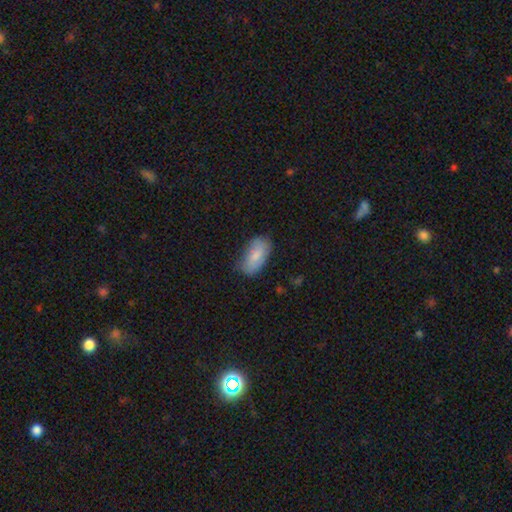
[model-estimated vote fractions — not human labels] Smooth or featured? smooth (80%)
How rounded? in between (93%)
Merging? none (68%)